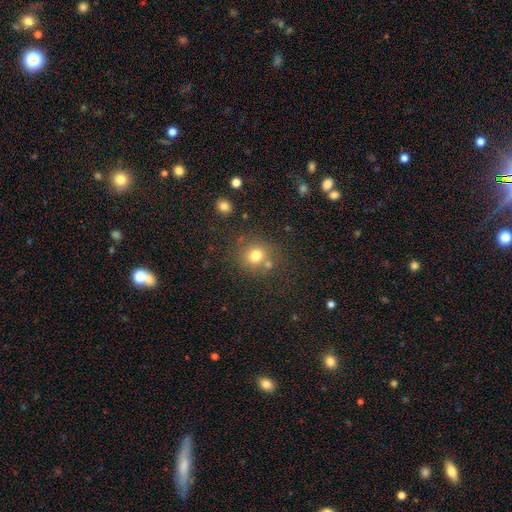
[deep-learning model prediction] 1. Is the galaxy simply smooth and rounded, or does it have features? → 75% smooth, 15% star or artifact, 10% featured or disk.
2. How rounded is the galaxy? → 85% round, 14% in between, 1% cigar-shaped.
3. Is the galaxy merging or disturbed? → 71% none, 14% merger, 11% minor disturbance, 4% major disturbance.